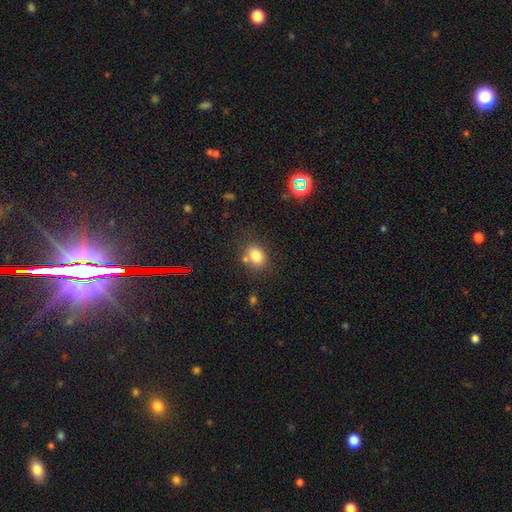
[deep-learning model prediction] smooth 81%, star or artifact 12%, featured or disk 7%. Down the decision tree: how rounded — in between (54%); merging — none (68%).